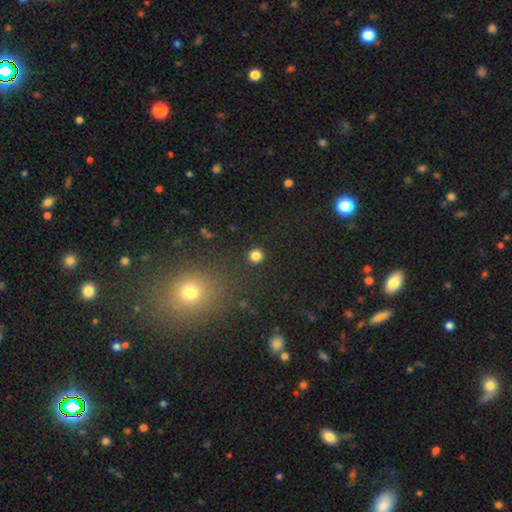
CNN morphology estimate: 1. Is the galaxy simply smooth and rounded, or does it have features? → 82% smooth, 14% star or artifact, 4% featured or disk.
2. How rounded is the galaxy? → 94% round, 5% in between, 1% cigar-shaped.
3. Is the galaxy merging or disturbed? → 92% none, 5% minor disturbance, 2% major disturbance, 2% merger.